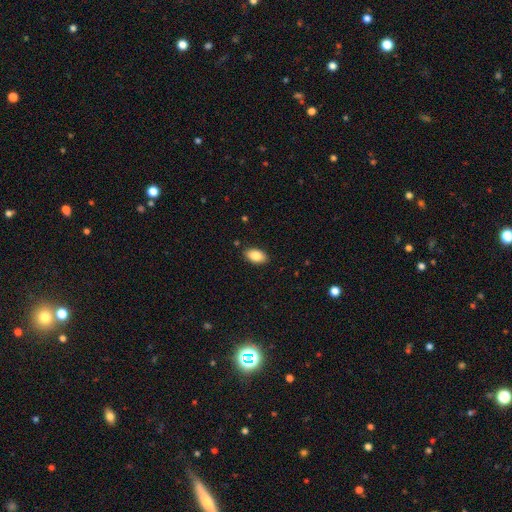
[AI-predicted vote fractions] smooth-or-featured: smooth: 85% | featured or disk: 8% | star or artifact: 7%
  how-rounded: in between: 93% | round: 5% | cigar-shaped: 2%
  merging: none: 88% | minor disturbance: 9% | major disturbance: 2% | merger: 1%